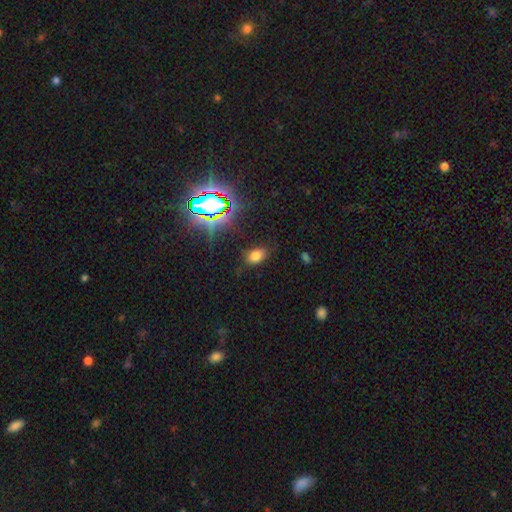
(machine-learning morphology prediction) Smooth or featured?
  - smooth: 70% *
  - star or artifact: 22%
  - featured or disk: 8%
How rounded?
  - in between: 84% *
  - round: 15%
  - cigar-shaped: 2%
Merging?
  - none: 79% *
  - minor disturbance: 14%
  - major disturbance: 5%
  - merger: 2%